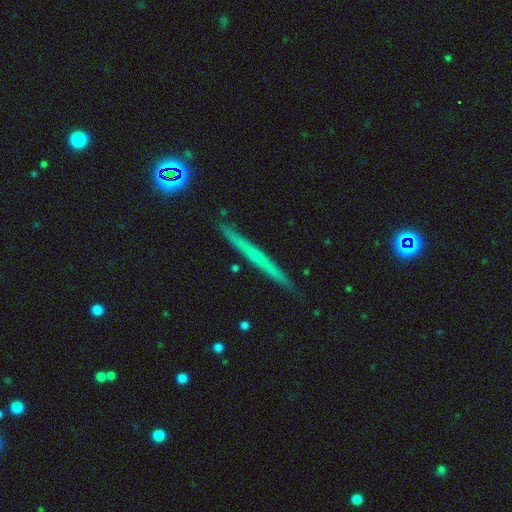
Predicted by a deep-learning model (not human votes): This is possibly a featured or disk galaxy (52%). It is clearly viewed edge-on (97%). Edge-on bulge: clearly none (86%). Merging: clearly none (89%).